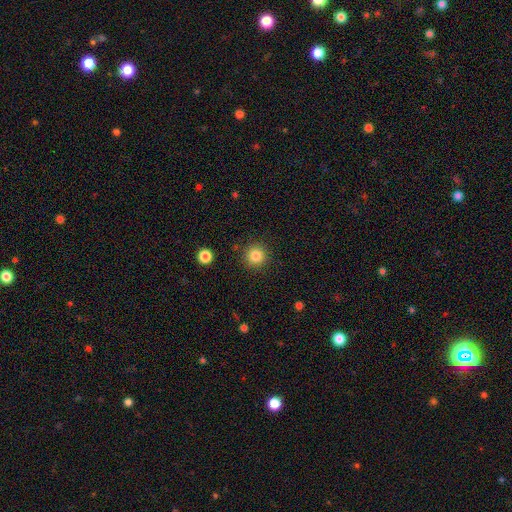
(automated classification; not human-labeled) Smooth or featured? smooth (84%)
How rounded? round (95%)
Merging? none (90%)